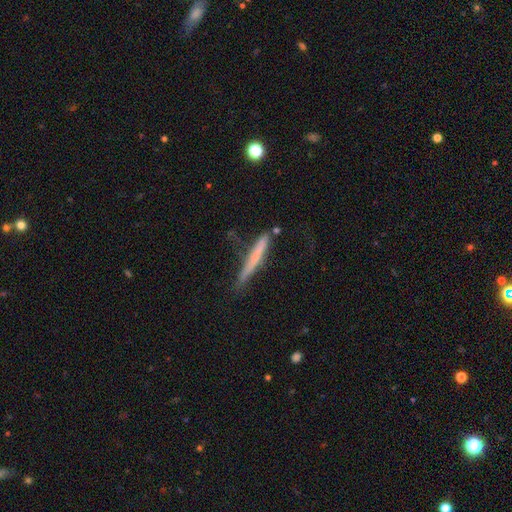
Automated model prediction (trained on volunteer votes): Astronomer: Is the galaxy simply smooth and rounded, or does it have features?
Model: smooth — 50% (runner-up: featured or disk, 43%).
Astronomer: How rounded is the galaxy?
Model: cigar-shaped — 95%.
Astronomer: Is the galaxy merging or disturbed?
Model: none — 60%.